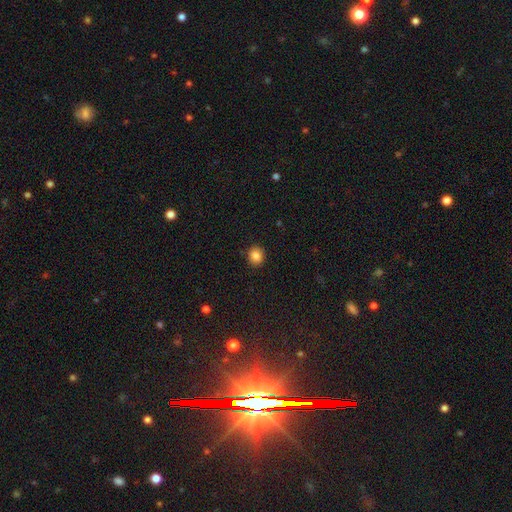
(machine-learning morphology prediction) Overall: smooth (85%). How rounded: round (73%). Merging: none (90%).